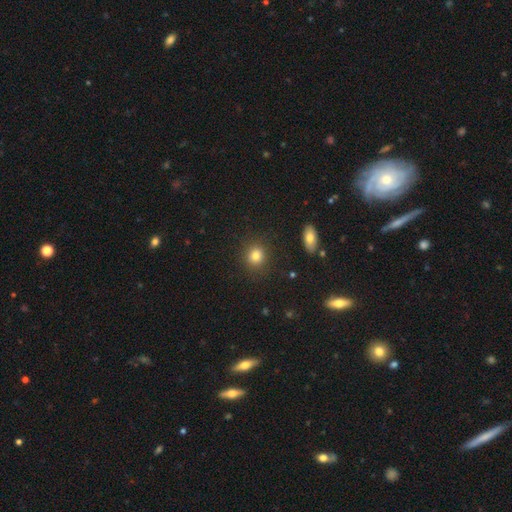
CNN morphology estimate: Smooth or featured?
  - smooth: 81% *
  - star or artifact: 12%
  - featured or disk: 7%
How rounded?
  - round: 84% *
  - in between: 15%
  - cigar-shaped: 1%
Merging?
  - none: 88% *
  - minor disturbance: 7%
  - major disturbance: 3%
  - merger: 2%